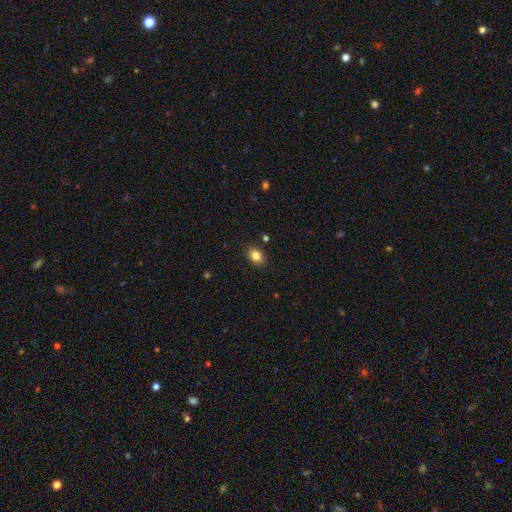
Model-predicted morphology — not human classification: The model was most divided on "how rounded": in between: 71%, round: 28%, cigar-shaped: 1%. More confident: merging — none (87%); smooth or featured — smooth (85%).